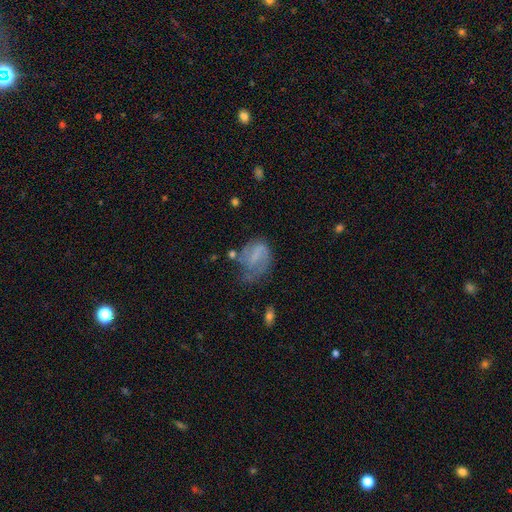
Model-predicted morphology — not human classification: Overall: featured or disk (52%; smooth 37%). Edge-on disk: no (97%). Bar: weak (42%; no 40%). Spiral arms: yes (69%; no 31%). Bulge size: none (55%; small 28%). Merging: none (35%; major disturbance 31%).